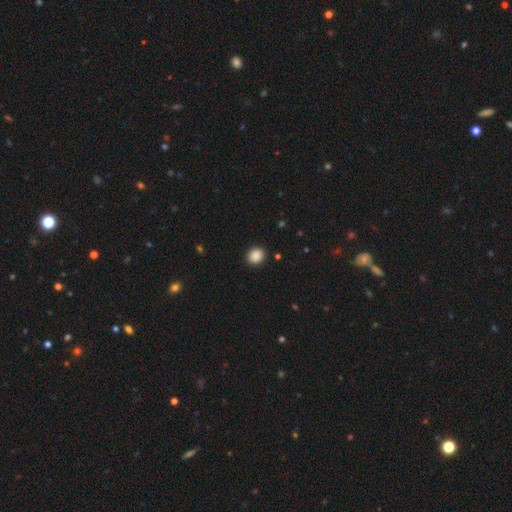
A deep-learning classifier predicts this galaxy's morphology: Q: Smooth or featured?
A: smooth (88%); runner-up: star or artifact (9%)
Q: How rounded?
A: round (80%); runner-up: in between (19%)
Q: Merging?
A: none (92%); runner-up: minor disturbance (6%)